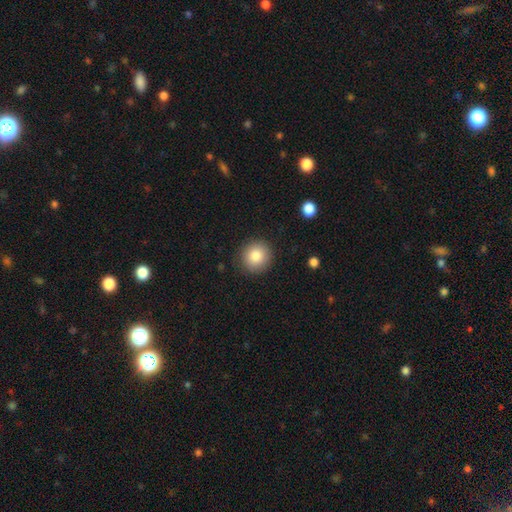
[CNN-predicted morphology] A smooth galaxy with no disk features (84%) that is round (91%). Merging: none (88%).